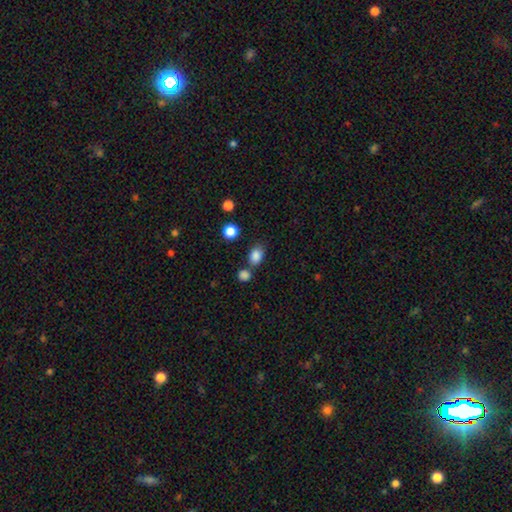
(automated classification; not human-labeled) Smooth or featured? smooth (85%)
How rounded? in between (70%)
Merging? none (67%)